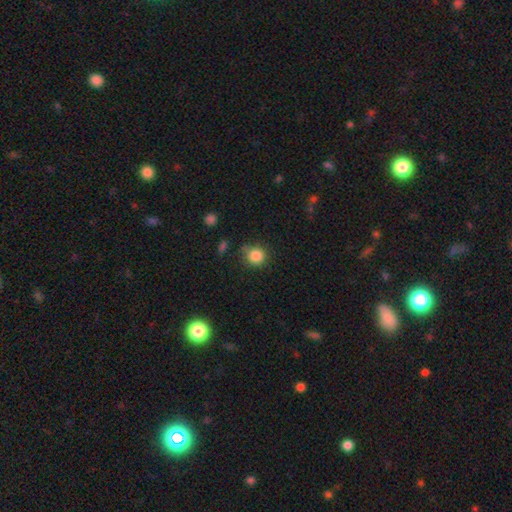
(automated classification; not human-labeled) This is clearly a smooth galaxy (85%). How rounded: clearly round (90%). Merging: likely none (76%).